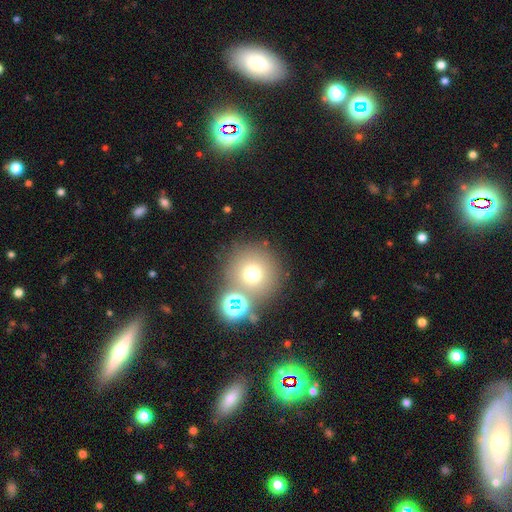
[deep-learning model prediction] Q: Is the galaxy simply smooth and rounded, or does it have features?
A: smooth — 59%.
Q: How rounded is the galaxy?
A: round — 91%.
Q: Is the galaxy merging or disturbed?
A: none — 70%.